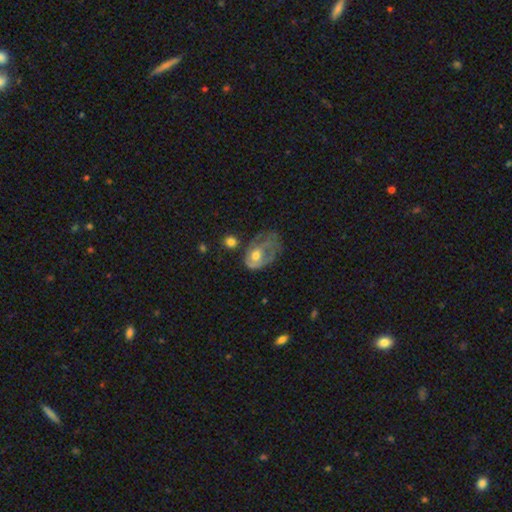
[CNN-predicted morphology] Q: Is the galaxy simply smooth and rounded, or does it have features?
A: featured or disk — 54%.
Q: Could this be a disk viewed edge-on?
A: no — 95%.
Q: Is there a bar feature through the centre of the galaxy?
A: no — 76%.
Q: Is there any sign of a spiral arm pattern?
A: no — 58%.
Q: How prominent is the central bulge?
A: moderate — 67%.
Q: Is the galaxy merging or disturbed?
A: major disturbance — 42%.